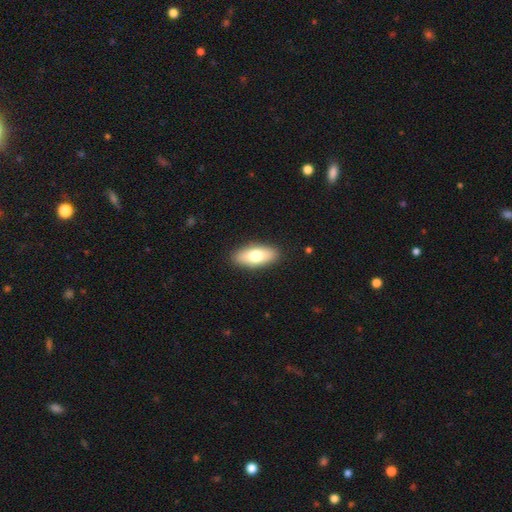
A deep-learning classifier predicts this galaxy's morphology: Smooth or featured?
  - smooth: 73% *
  - featured or disk: 21%
  - star or artifact: 6%
How rounded?
  - in between: 84% *
  - cigar-shaped: 13%
  - round: 3%
Merging?
  - none: 89% *
  - minor disturbance: 8%
  - major disturbance: 2%
  - merger: 1%